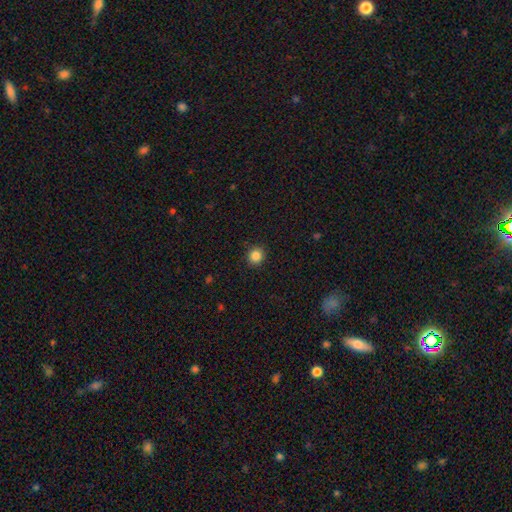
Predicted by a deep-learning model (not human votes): Smooth or featured? Predicted: smooth (p=0.86). How rounded? Predicted: round (p=0.89). Merging? Predicted: none (p=0.91).